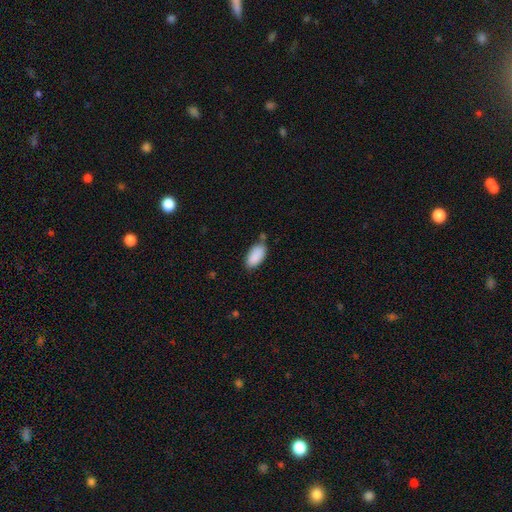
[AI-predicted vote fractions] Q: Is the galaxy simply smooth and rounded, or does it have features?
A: smooth — 89%.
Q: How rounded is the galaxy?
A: in between — 94%.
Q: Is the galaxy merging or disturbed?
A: none — 64%.